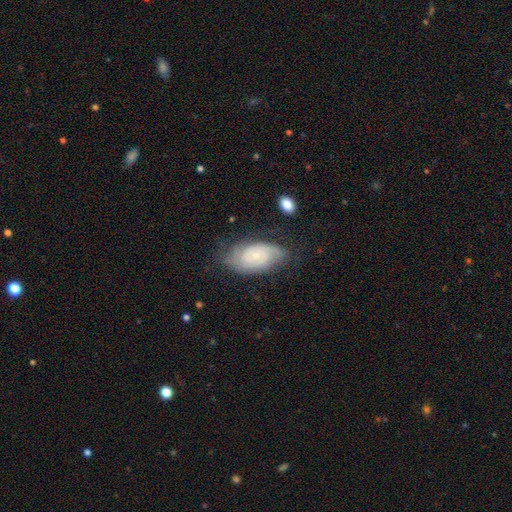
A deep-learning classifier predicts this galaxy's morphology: Smooth or featured? featured or disk (74%)
Edge-on disk? no (96%)
Bar? no (72%)
Spiral arms? yes (92%)
Spiral winding? tight (60%)
Spiral arm count? 2 (50%)
Bulge size? small (75%)
Merging? none (67%)